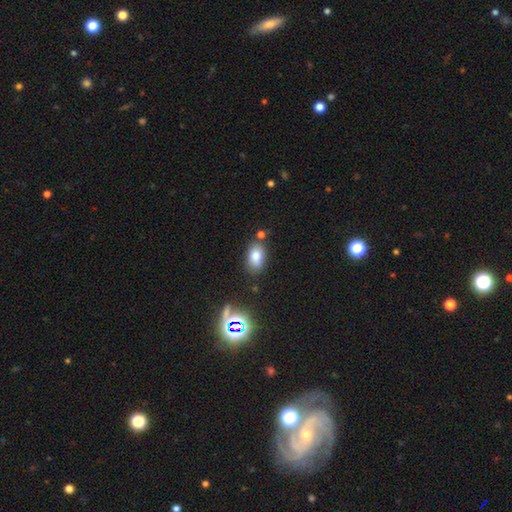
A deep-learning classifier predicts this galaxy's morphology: Q: Smooth or featured?
A: smooth (77%); runner-up: star or artifact (13%)
Q: How rounded?
A: in between (88%); runner-up: round (10%)
Q: Merging?
A: none (75%); runner-up: minor disturbance (14%)